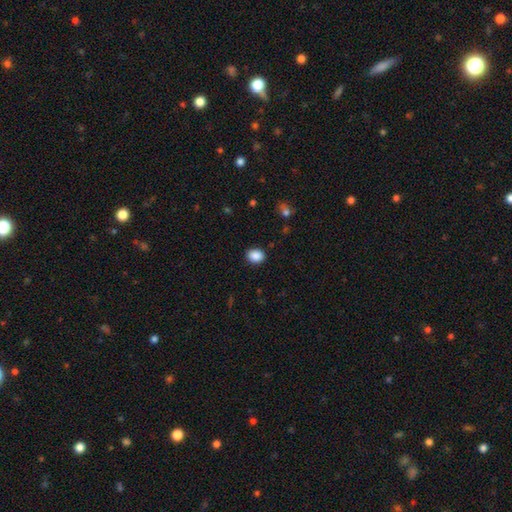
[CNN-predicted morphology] This appears to be a smooth galaxy with no disk features (89%) that is in between round and cigar-shaped (56%). Merging: none (89%).